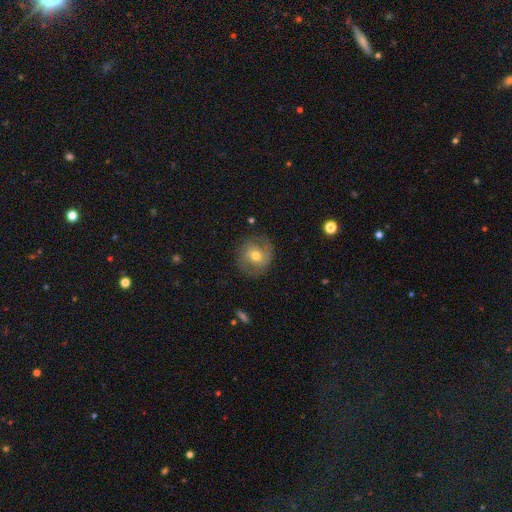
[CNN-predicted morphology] This is possibly a featured or disk galaxy (48%). Merging: likely none (77%).